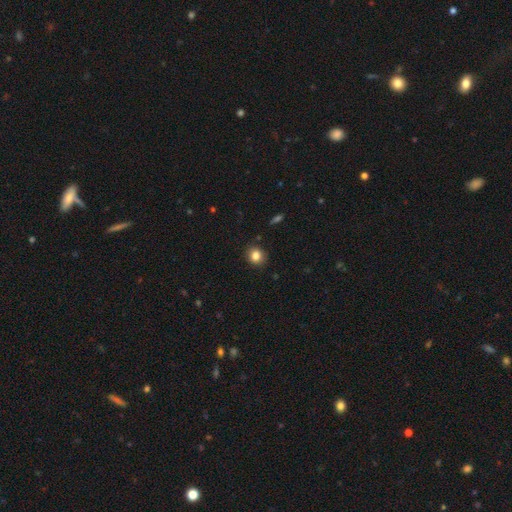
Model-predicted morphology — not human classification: Q: Smooth or featured?
A: smooth (83%); runner-up: star or artifact (11%)
Q: How rounded?
A: round (81%); runner-up: in between (18%)
Q: Merging?
A: none (88%); runner-up: minor disturbance (9%)